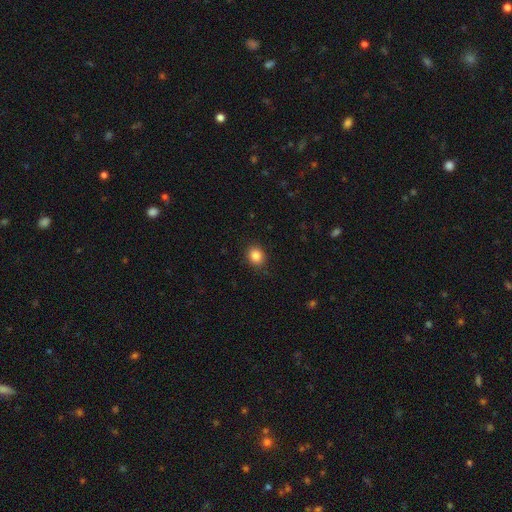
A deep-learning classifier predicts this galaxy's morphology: Smooth or featured? smooth (85%)
How rounded? round (69%)
Merging? none (88%)